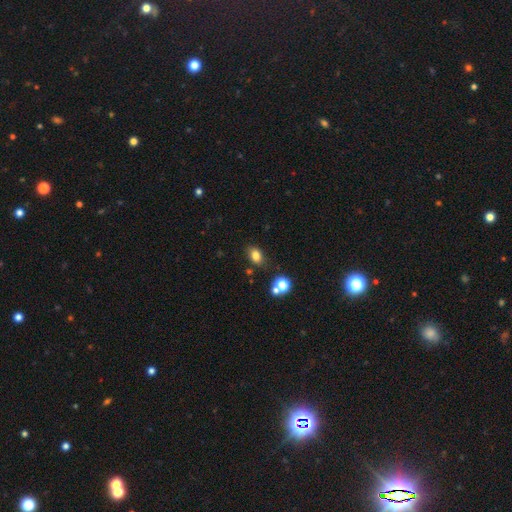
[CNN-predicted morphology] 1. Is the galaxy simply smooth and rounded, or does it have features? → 79% smooth, 13% star or artifact, 8% featured or disk.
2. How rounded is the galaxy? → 72% in between, 26% round, 1% cigar-shaped.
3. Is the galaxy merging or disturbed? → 78% none, 13% minor disturbance, 6% merger, 3% major disturbance.